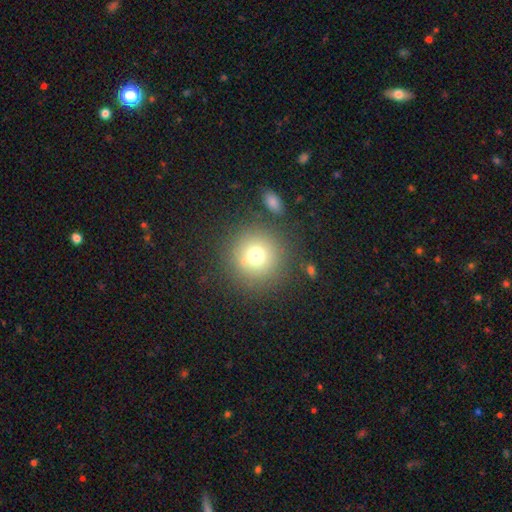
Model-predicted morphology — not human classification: This appears to be a smooth galaxy with no disk features (73%) that is round (94%). Merging: none (82%).